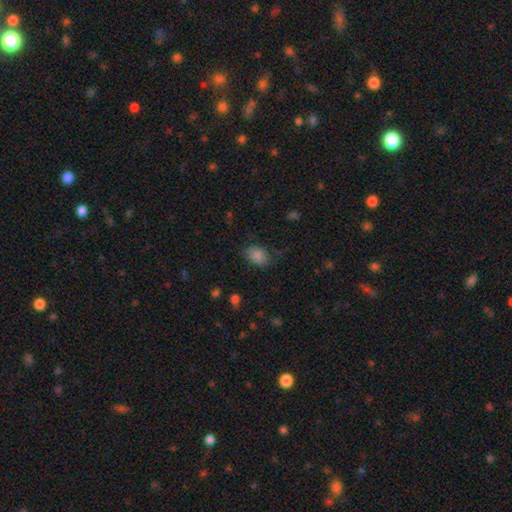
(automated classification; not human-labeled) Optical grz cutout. It shows a smooth galaxy with no disk features (83%) that is in between round and cigar-shaped (71%). Merging: none (73%).